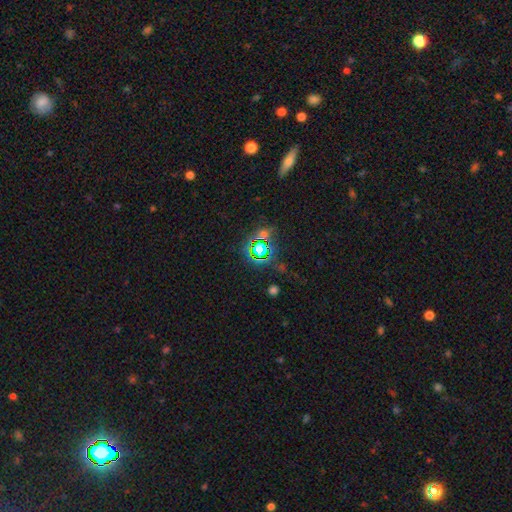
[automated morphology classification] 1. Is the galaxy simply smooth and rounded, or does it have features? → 72% star or artifact, 19% smooth, 9% featured or disk.